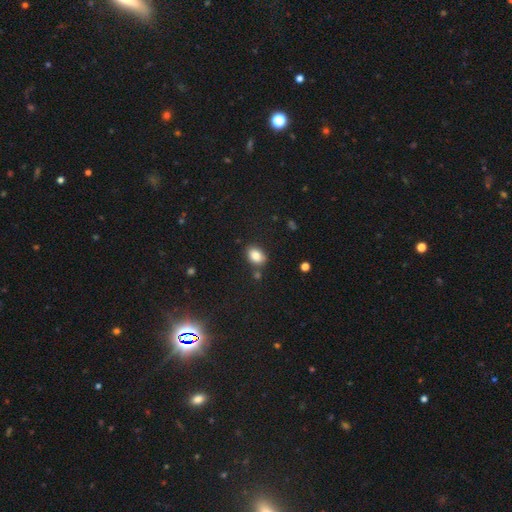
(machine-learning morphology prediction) This is clearly a smooth galaxy (83%). How rounded: likely in between (78%). Merging: likely none (78%).